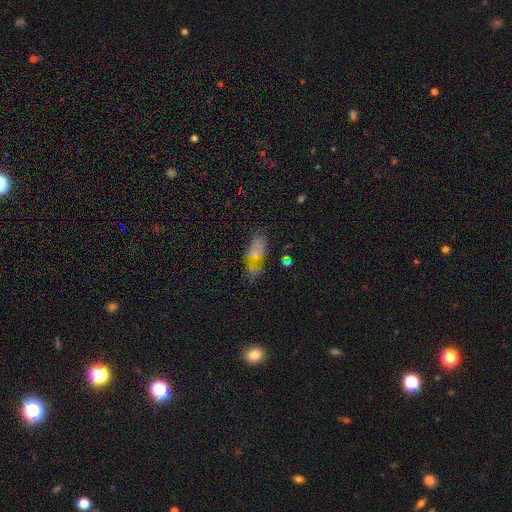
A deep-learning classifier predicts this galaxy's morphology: smooth 52%, featured or disk 33%, star or artifact 15%. Down the decision tree: how rounded — in between (71%); merging — none (59%).